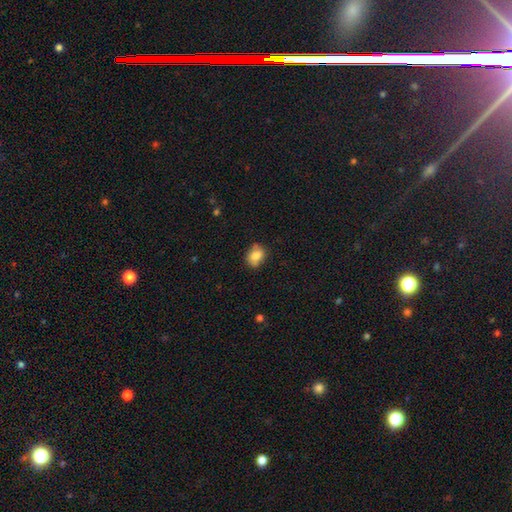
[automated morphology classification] smooth_or_featured: smooth (p=0.79) [alt: featured or disk p=0.12]
how_rounded: in between (p=0.55) [alt: round p=0.43]
merging: none (p=0.72) [alt: minor disturbance p=0.20]